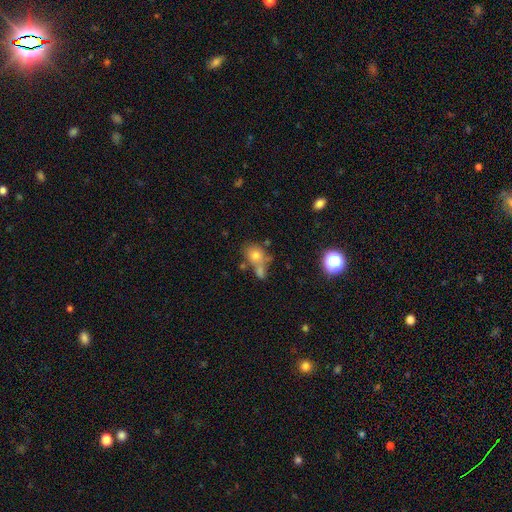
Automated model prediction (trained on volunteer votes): smooth_or_featured: smooth (p=0.71) [alt: featured or disk p=0.17]
how_rounded: round (p=0.54) [alt: in between p=0.44]
merging: none (p=0.42) [alt: merger p=0.35]